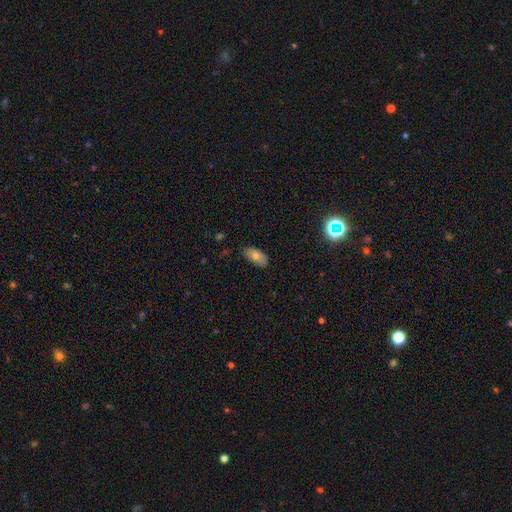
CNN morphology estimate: Smooth or featured: smooth — 69% (featured or disk — 21%)
How rounded: in between — 93% (round — 4%)
Merging: none — 76% (minor disturbance — 20%)